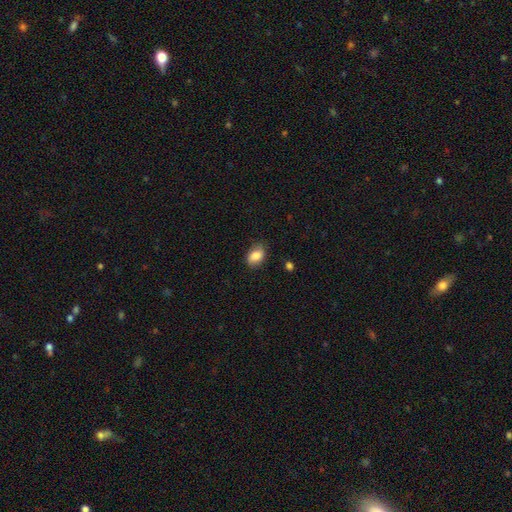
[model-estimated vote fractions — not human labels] Smooth or featured? Predicted: smooth (p=0.83). How rounded? Predicted: in between (p=0.80). Merging? Predicted: none (p=0.77).